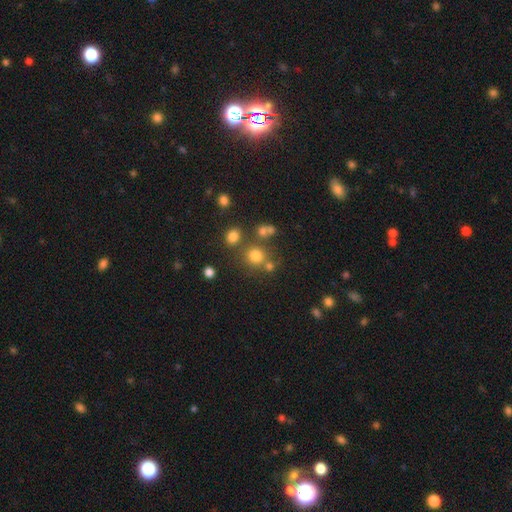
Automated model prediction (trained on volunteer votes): Smooth or featured?
  - smooth: 73% *
  - star or artifact: 18%
  - featured or disk: 8%
How rounded?
  - round: 88% *
  - in between: 11%
  - cigar-shaped: 1%
Merging?
  - none: 68% *
  - merger: 18%
  - minor disturbance: 9%
  - major disturbance: 4%